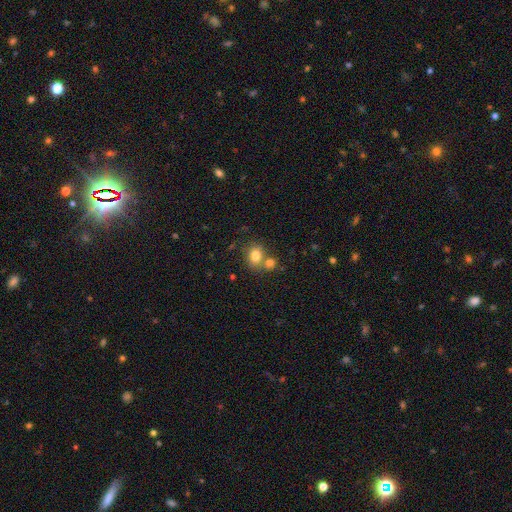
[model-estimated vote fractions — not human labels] The model was most divided on "how rounded": round: 56%, in between: 43%, cigar-shaped: 1%. More confident: smooth or featured — smooth (79%); merging — none (52%).